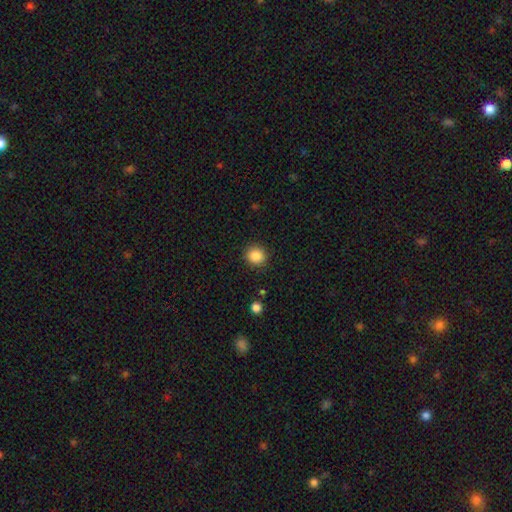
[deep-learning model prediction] Smooth or featured?
  - smooth: 86% *
  - star or artifact: 10%
  - featured or disk: 4%
How rounded?
  - round: 86% *
  - in between: 13%
  - cigar-shaped: 1%
Merging?
  - none: 90% *
  - minor disturbance: 7%
  - major disturbance: 2%
  - merger: 1%